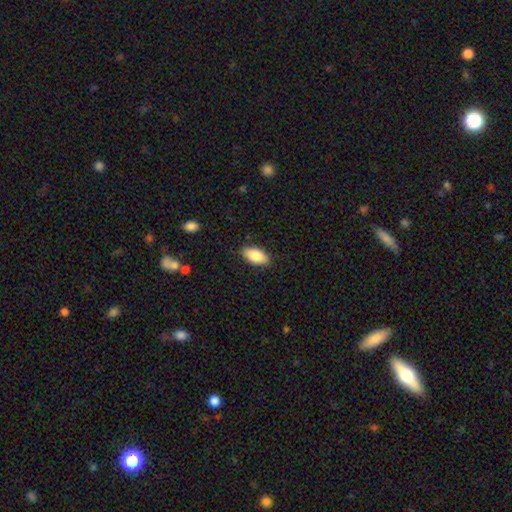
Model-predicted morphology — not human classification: A smooth galaxy with no disk features (84%) that is in between round and cigar-shaped (92%).

Vote fractions:
- Smooth or featured? smooth: 84% / featured or disk: 9% / star or artifact: 7%
- How rounded? in between: 92% / cigar-shaped: 6% / round: 3%
- Merging? none: 88% / minor disturbance: 9% / major disturbance: 2% / merger: 1%